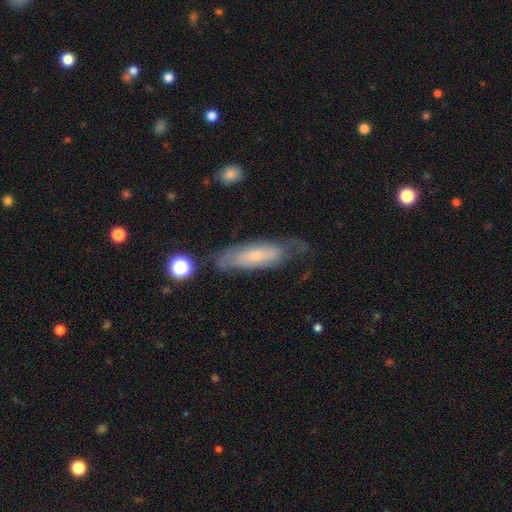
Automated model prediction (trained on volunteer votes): A featured or disk galaxy (53%). Merging: none (57%).